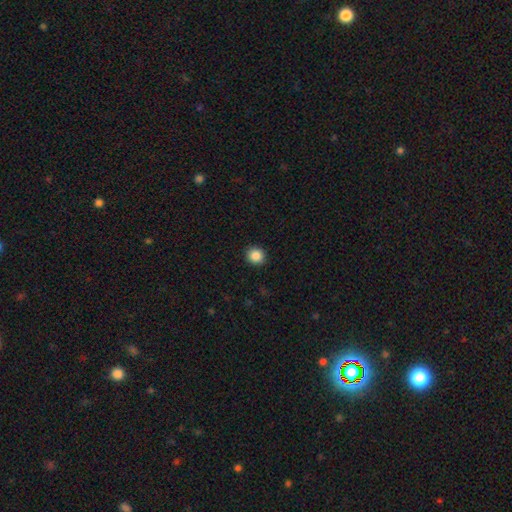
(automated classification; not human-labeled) A smooth galaxy with no disk features (87%) that is round (90%).

Vote fractions:
- Smooth or featured? smooth: 87% / star or artifact: 10% / featured or disk: 4%
- How rounded? round: 90% / in between: 9% / cigar-shaped: 1%
- Merging? none: 92% / minor disturbance: 5% / major disturbance: 2% / merger: 1%